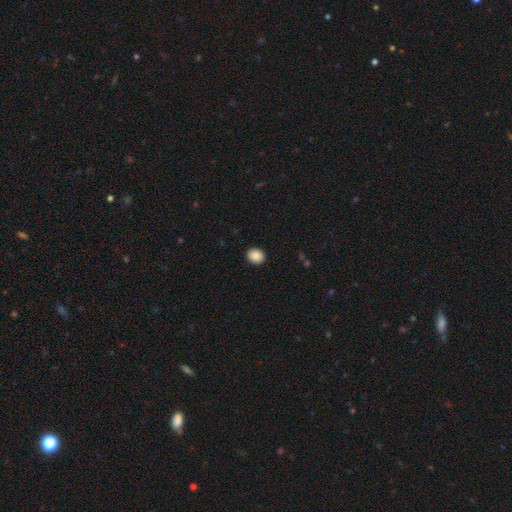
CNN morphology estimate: Smooth or featured? smooth (89%)
How rounded? round (56%)
Merging? none (91%)